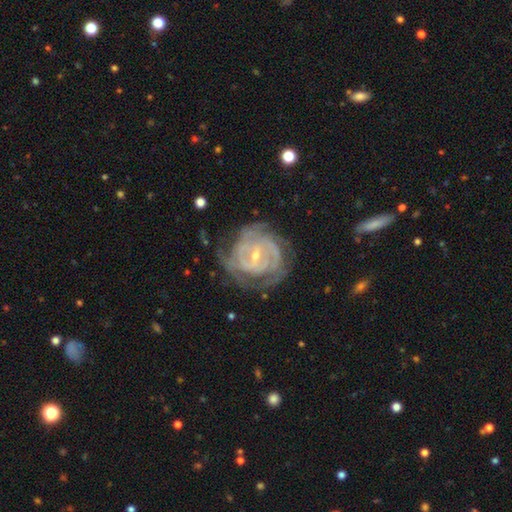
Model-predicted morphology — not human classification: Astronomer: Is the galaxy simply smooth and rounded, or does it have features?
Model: featured or disk — 87%.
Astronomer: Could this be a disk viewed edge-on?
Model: no — 97%.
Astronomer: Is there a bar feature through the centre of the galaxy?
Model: weak — 50% (runner-up: no, 28%).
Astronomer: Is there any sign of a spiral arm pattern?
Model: yes — 94%.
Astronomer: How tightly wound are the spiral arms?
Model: tight — 69%.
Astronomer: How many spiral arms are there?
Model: can't tell — 34% (runner-up: 2, 23%).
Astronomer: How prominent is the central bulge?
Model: small — 66%.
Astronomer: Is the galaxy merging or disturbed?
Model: none — 63%.